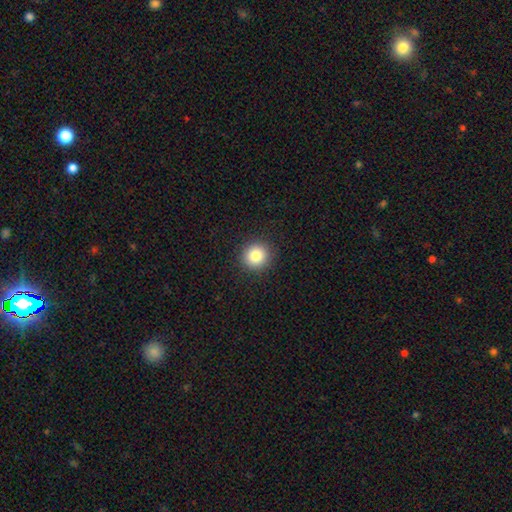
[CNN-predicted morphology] smooth 84%, star or artifact 10%, featured or disk 6%. Down the decision tree: how rounded — round (92%); merging — none (92%).